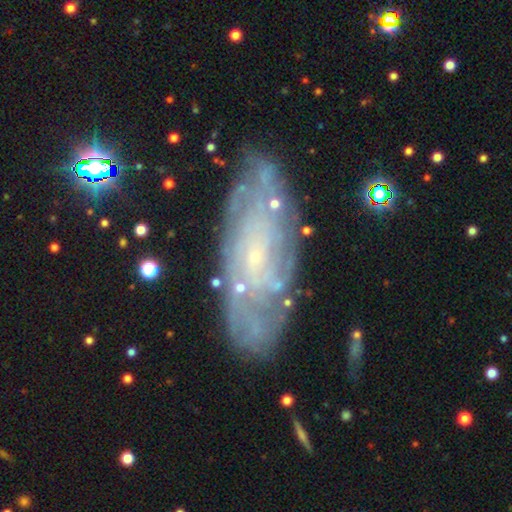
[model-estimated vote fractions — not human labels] smooth_or_featured: featured or disk (p=0.75) [alt: smooth p=0.16]
disk_edge_on: no (p=0.87) [alt: yes p=0.13]
bar: no (p=0.74) [alt: weak p=0.21]
has_spiral_arms: yes (p=0.84) [alt: no p=0.16]
spiral_winding: tight (p=0.70) [alt: medium p=0.22]
spiral_arm_count: can't tell (p=0.62) [alt: 2 p=0.10]
bulge_size: small (p=0.85) [alt: moderate p=0.07]
merging: none (p=0.79) [alt: minor disturbance p=0.14]